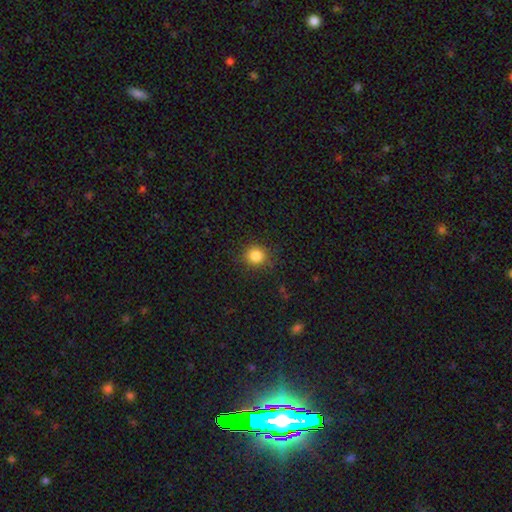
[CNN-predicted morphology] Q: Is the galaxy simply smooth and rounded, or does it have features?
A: smooth — 84%.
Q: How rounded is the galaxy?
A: round — 88%.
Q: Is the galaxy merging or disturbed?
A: none — 87%.